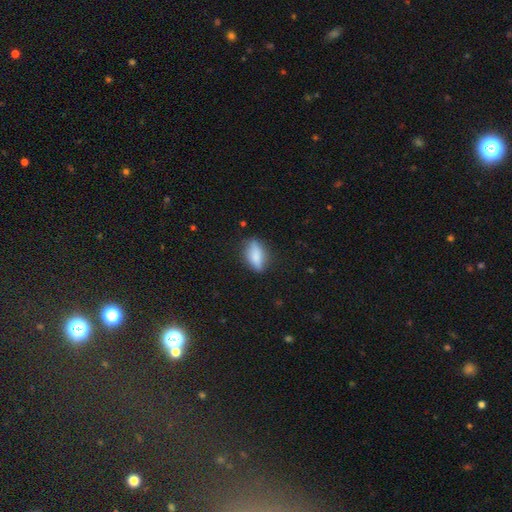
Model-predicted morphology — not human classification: Smooth or featured?
  - smooth: 70% *
  - featured or disk: 22%
  - star or artifact: 8%
How rounded?
  - in between: 68% *
  - cigar-shaped: 28%
  - round: 4%
Merging?
  - none: 77% *
  - minor disturbance: 17%
  - major disturbance: 4%
  - merger: 1%